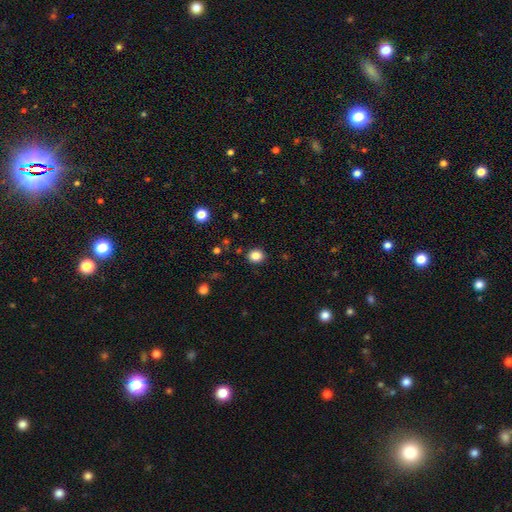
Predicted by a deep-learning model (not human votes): Smooth or featured?
  - smooth: 84% *
  - star or artifact: 11%
  - featured or disk: 5%
How rounded?
  - round: 74% *
  - in between: 26%
  - cigar-shaped: 1%
Merging?
  - none: 90% *
  - minor disturbance: 7%
  - major disturbance: 2%
  - merger: 1%